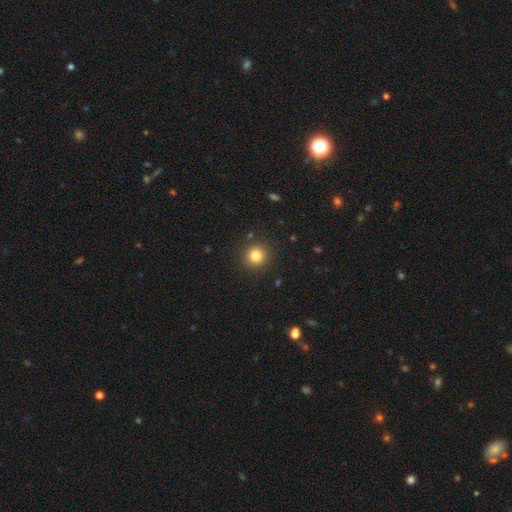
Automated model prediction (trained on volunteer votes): A smooth galaxy with no disk features (82%) that is round (92%). Merging: none (90%).